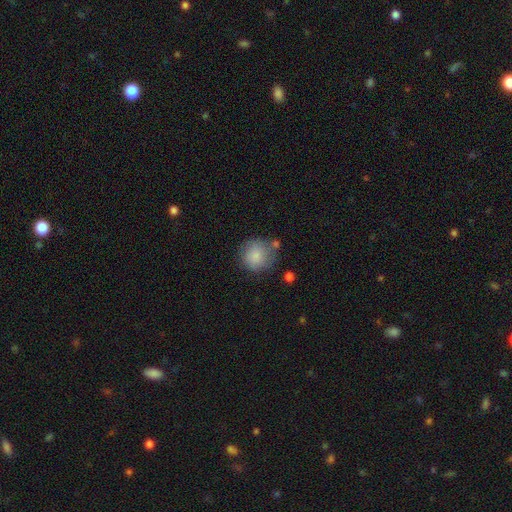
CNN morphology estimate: Q: Smooth or featured?
A: smooth (83%); runner-up: featured or disk (10%)
Q: How rounded?
A: round (90%); runner-up: in between (9%)
Q: Merging?
A: none (63%); runner-up: minor disturbance (22%)